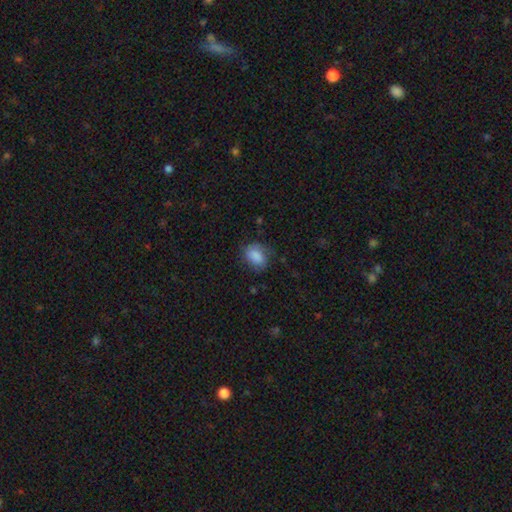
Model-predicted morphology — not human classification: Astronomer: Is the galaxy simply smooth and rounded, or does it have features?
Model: smooth — 83%.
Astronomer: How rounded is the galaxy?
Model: in between — 69%.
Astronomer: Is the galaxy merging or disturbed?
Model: none — 65%.